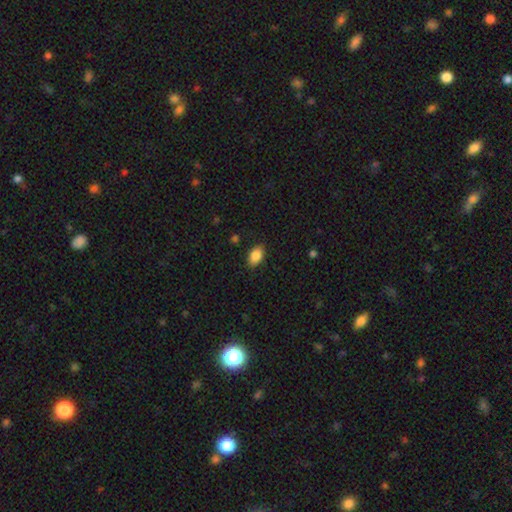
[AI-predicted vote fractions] Smooth or featured? smooth (87%)
How rounded? in between (90%)
Merging? none (87%)